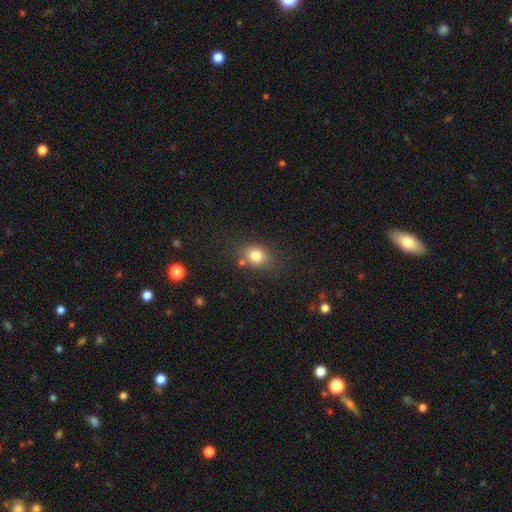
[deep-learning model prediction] Morphology: type=smooth (81%); roundness=round (56%); merging=none (73%).